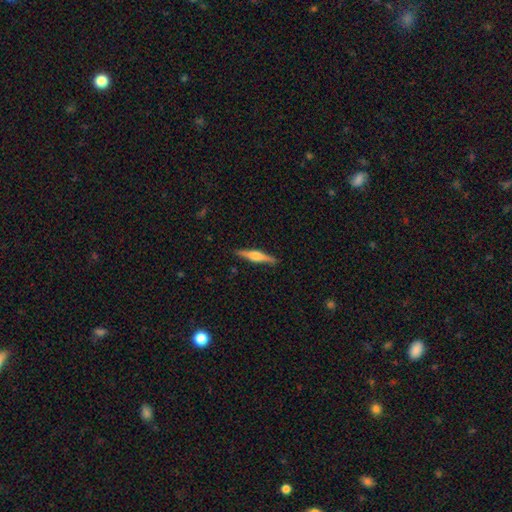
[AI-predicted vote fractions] Overall: featured or disk (62%; smooth 32%). Edge-on disk: yes (97%). Edge-on bulge: rounded (84%). Merging: none (89%).